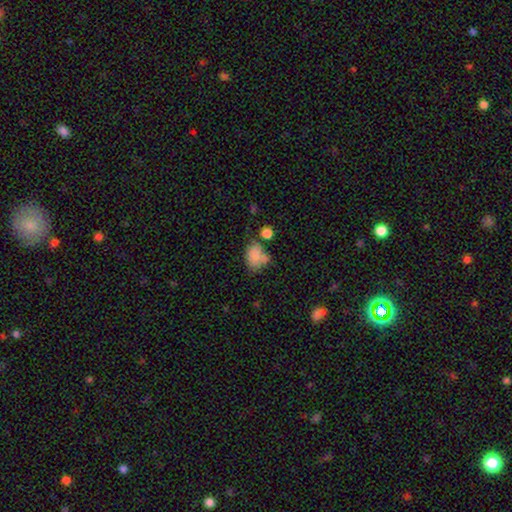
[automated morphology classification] This appears to be a smooth galaxy with no disk features (78%) that is in between round and cigar-shaped (70%). Merging: none (42%).